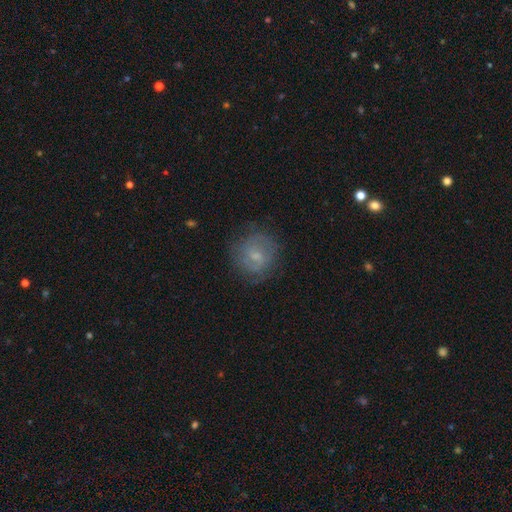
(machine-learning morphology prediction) featured or disk 47%, smooth 44%, star or artifact 9%. Down the decision tree: merging — none (73%).